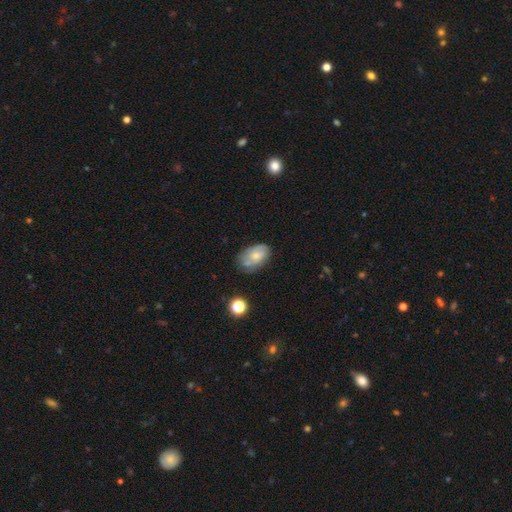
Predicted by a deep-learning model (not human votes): Morphology: type=smooth (52%); roundness=in between (88%); merging=none (57%).